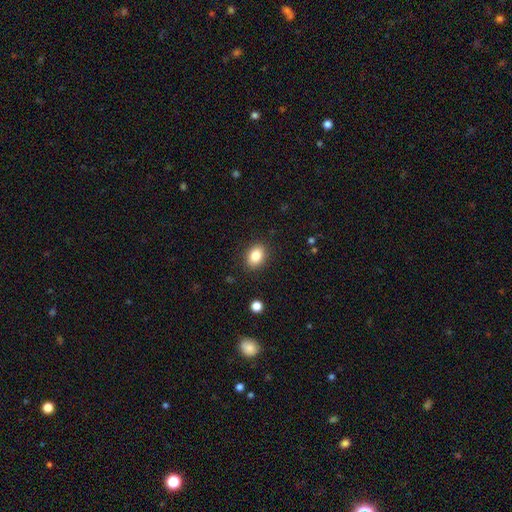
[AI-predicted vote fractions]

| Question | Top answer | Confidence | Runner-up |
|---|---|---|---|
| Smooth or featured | smooth | 84% | star or artifact (9%) |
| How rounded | in between | 72% | round (27%) |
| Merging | none | 88% | minor disturbance (8%) |